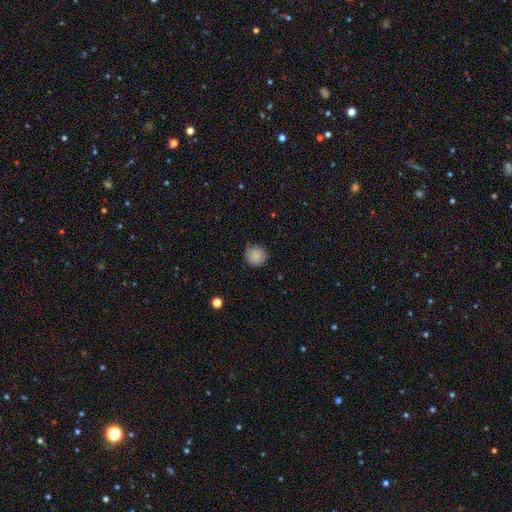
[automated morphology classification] Overall: smooth (86%). How rounded: round (94%). Merging: none (77%).